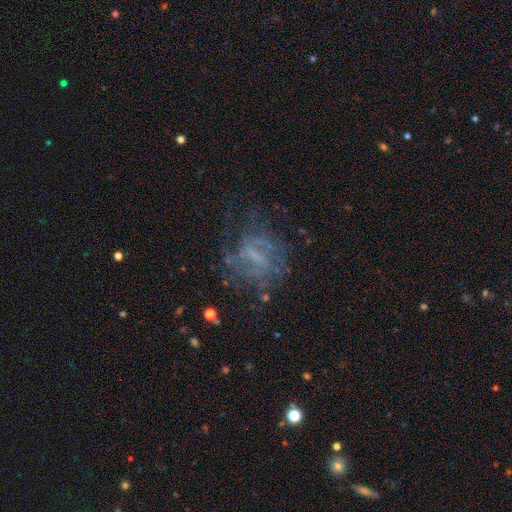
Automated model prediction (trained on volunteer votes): Smooth or featured?
  - featured or disk: 69% *
  - smooth: 17%
  - star or artifact: 14%
Edge-on disk?
  - no: 97% *
  - yes: 3%
Bar?
  - weak: 45% *
  - no: 30%
  - strong: 25%
Spiral arms?
  - yes: 63% *
  - no: 37%
Bulge size?
  - none: 51% *
  - small: 30%
  - moderate: 15%
  - large: 3%
  - dominant: 1%
Merging?
  - none: 56% *
  - major disturbance: 23%
  - minor disturbance: 18%
  - merger: 3%